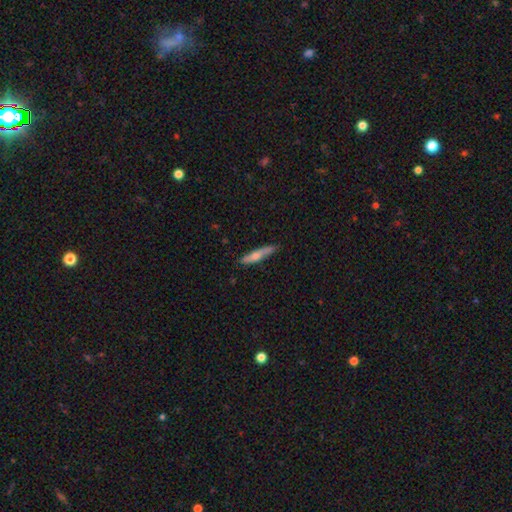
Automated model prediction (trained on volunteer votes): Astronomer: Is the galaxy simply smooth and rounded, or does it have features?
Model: smooth — 50% (runner-up: featured or disk, 45%).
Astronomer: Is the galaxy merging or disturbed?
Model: none — 84%.